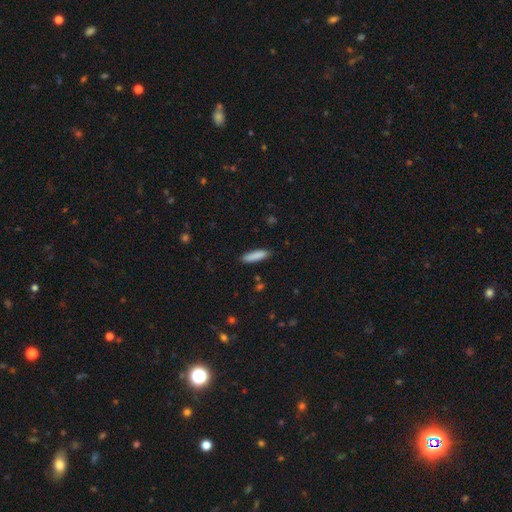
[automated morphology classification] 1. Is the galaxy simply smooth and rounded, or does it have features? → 87% smooth, 7% featured or disk, 6% star or artifact.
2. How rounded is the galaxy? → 75% cigar-shaped, 24% in between, 1% round.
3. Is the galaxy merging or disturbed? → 87% none, 9% minor disturbance, 2% major disturbance, 1% merger.